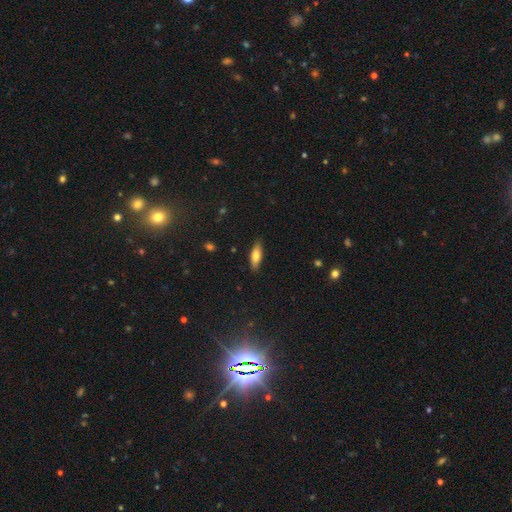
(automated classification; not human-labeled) A smooth galaxy with no disk features (74%) that is in between round and cigar-shaped (56%).

Vote fractions:
- Smooth or featured? smooth: 74% / featured or disk: 19% / star or artifact: 7%
- How rounded? in between: 56% / cigar-shaped: 42% / round: 2%
- Merging? none: 85% / minor disturbance: 11% / major disturbance: 2% / merger: 1%